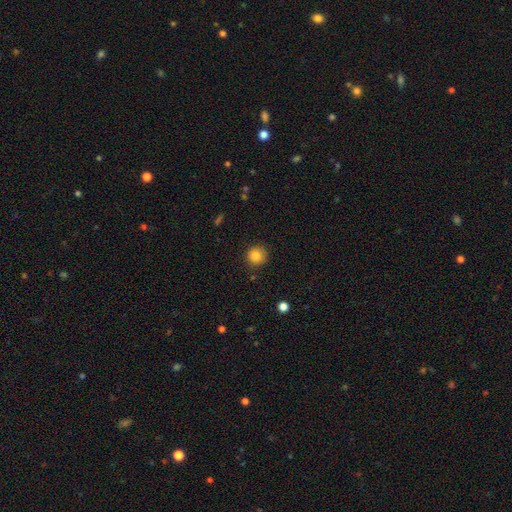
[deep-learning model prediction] Q: Smooth or featured?
A: smooth (85%); runner-up: star or artifact (10%)
Q: How rounded?
A: round (92%); runner-up: in between (7%)
Q: Merging?
A: none (83%); runner-up: minor disturbance (12%)